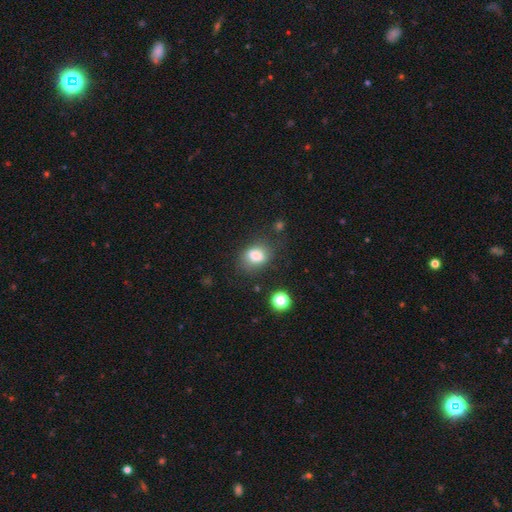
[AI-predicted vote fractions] Overall: smooth (81%). How rounded: in between (67%; round 32%). Merging: none (67%).